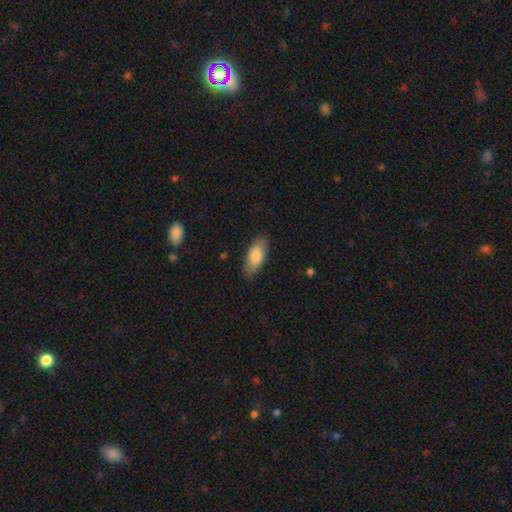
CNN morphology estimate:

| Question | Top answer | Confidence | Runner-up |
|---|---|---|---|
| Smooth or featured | smooth | 81% | featured or disk (13%) |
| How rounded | in between | 85% | cigar-shaped (13%) |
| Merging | none | 85% | minor disturbance (11%) |